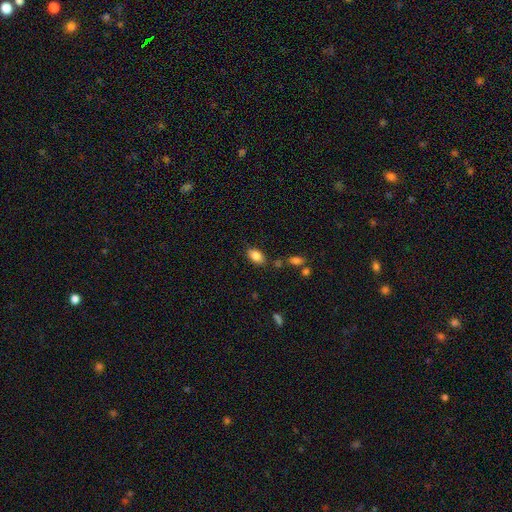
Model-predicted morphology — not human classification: Smooth or featured?
  - smooth: 85% *
  - star or artifact: 8%
  - featured or disk: 7%
How rounded?
  - in between: 90% *
  - round: 7%
  - cigar-shaped: 3%
Merging?
  - none: 79% *
  - minor disturbance: 13%
  - merger: 4%
  - major disturbance: 3%